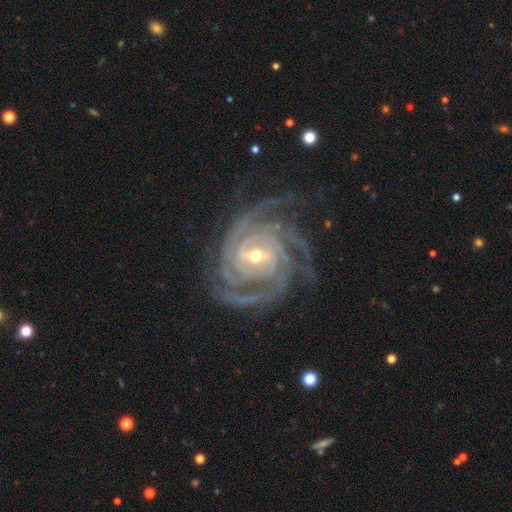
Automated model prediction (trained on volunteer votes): smooth-or-featured: featured or disk: 94% | star or artifact: 4% | smooth: 2%
  disk-edge-on: no: 98% | yes: 2%
    bar: weak: 43% | strong: 29% | no: 28%
    has-spiral-arms: yes: 99% | no: 1%
      spiral-winding: tight: 78% | medium: 20% | loose: 2%
      spiral-arm-count: 4: 36% | 3: 22% | more than 4: 14% | can't tell: 12% | 2: 10% | 1: 7%
    bulge-size: moderate: 49% | small: 47% | large: 2% | none: 1% | dominant: 1%
  merging: none: 75% | minor disturbance: 17% | major disturbance: 7% | merger: 1%